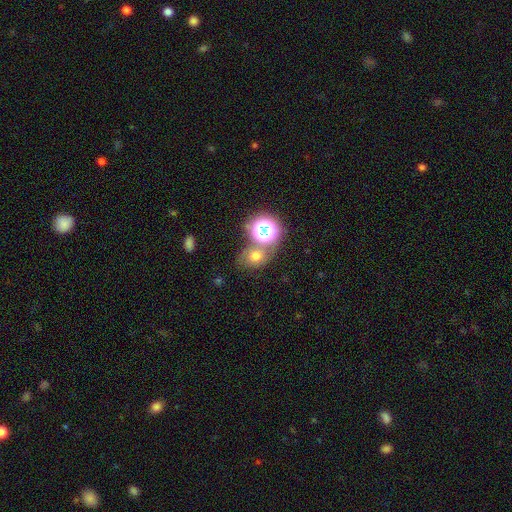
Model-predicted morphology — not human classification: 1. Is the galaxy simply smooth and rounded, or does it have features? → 59% smooth, 27% star or artifact, 13% featured or disk.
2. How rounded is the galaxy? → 59% round, 40% in between, 1% cigar-shaped.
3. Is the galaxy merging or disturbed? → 53% none, 28% merger, 12% minor disturbance, 6% major disturbance.